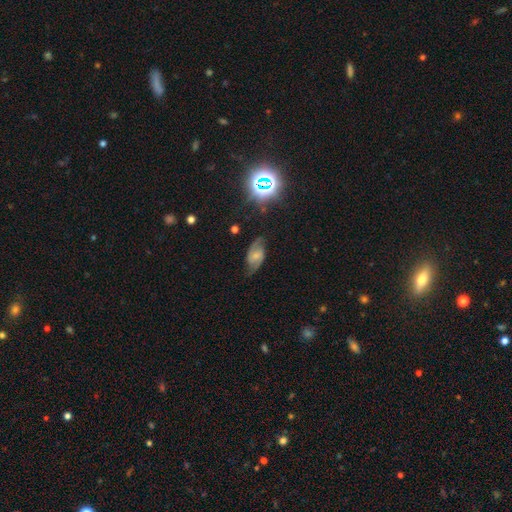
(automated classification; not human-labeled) Overall: featured or disk (67%). Edge-on disk: no (95%). Bar: weak (45%; no 37%). Spiral arms: yes (92%). Spiral arm count: 2 (89%). Spiral winding: medium (45%; loose 38%). Bulge size: small (44%; moderate 28%). Merging: none (71%).